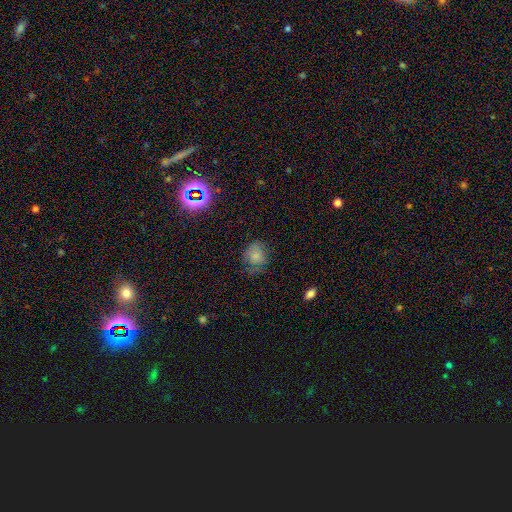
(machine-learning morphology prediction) This is likely a smooth galaxy (73%). How rounded: likely round (65%). Merging: likely none (61%).